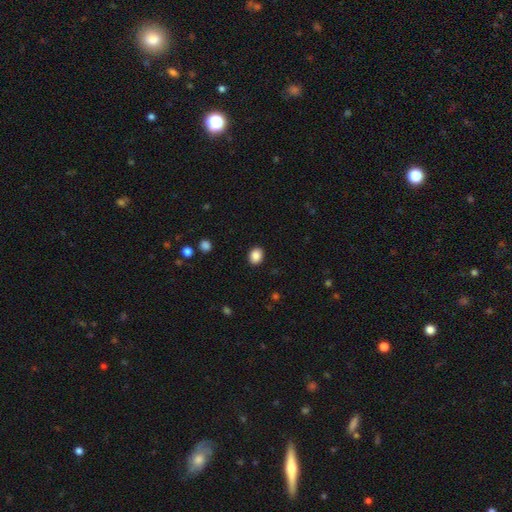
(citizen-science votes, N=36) Morphology: type=smooth (92%); roundness=in between (61%); merging=none (94%).